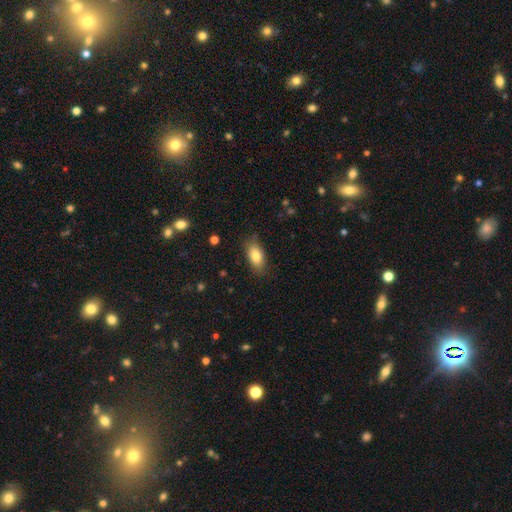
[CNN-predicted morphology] Smooth or featured: smooth — 81% (featured or disk — 12%)
How rounded: in between — 89% (cigar-shaped — 6%)
Merging: none — 80% (minor disturbance — 16%)